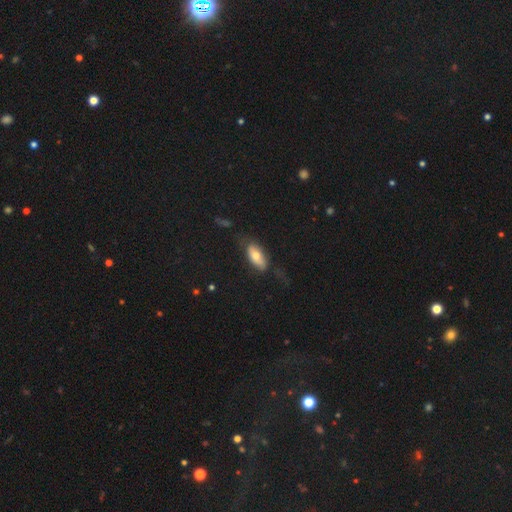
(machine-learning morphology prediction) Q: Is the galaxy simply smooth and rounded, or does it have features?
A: smooth — 64%.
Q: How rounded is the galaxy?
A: in between — 85%.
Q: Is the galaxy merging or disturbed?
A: none — 57%.